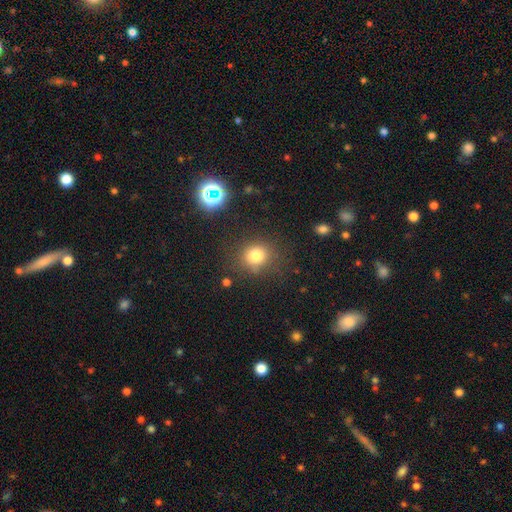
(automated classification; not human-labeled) Smooth or featured? smooth (79%)
How rounded? round (77%)
Merging? none (77%)